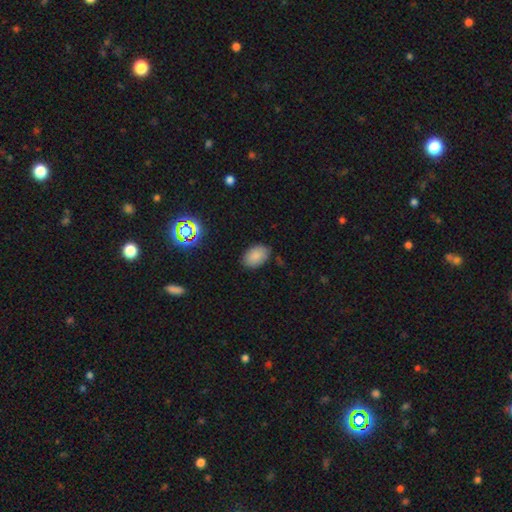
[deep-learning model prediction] Q: Smooth or featured?
A: smooth (83%); runner-up: star or artifact (11%)
Q: How rounded?
A: in between (89%); runner-up: round (9%)
Q: Merging?
A: none (83%); runner-up: minor disturbance (13%)